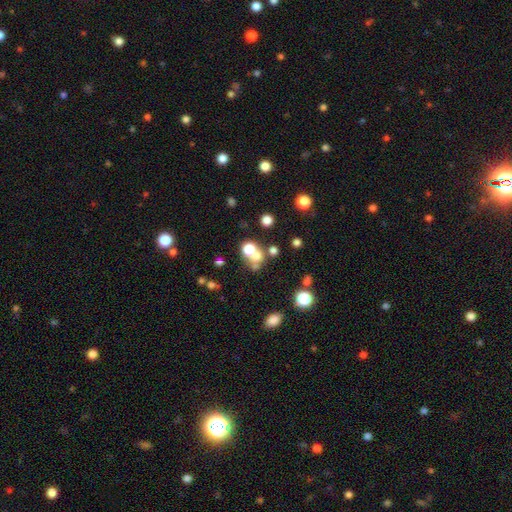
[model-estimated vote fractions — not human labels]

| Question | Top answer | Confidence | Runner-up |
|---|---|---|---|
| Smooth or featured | smooth | 63% | star or artifact (20%) |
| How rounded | round | 76% | in between (23%) |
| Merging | merger | 45% | none (41%) |